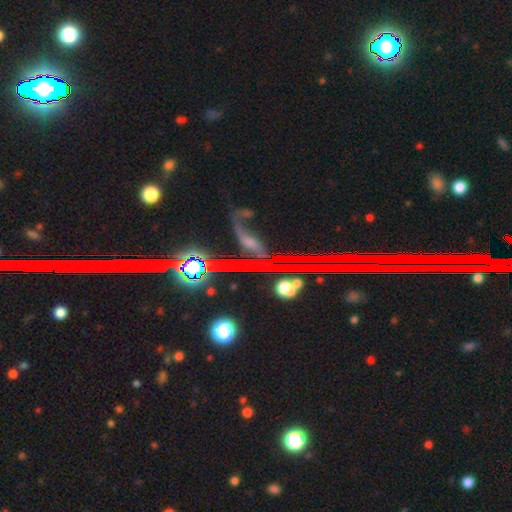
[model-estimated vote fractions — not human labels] A star or artifact, not a galaxy (78%).

Vote fractions:
- Smooth or featured? star or artifact: 78% / featured or disk: 14% / smooth: 8%